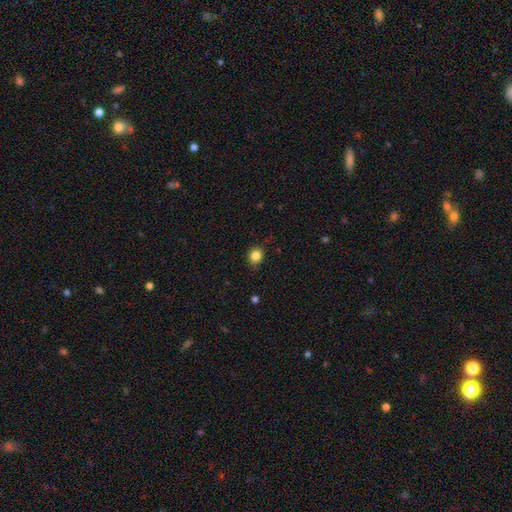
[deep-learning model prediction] smooth-or-featured: smooth: 84% | star or artifact: 11% | featured or disk: 5%
  how-rounded: round: 62% | in between: 37% | cigar-shaped: 1%
  merging: none: 86% | minor disturbance: 11% | major disturbance: 2% | merger: 1%